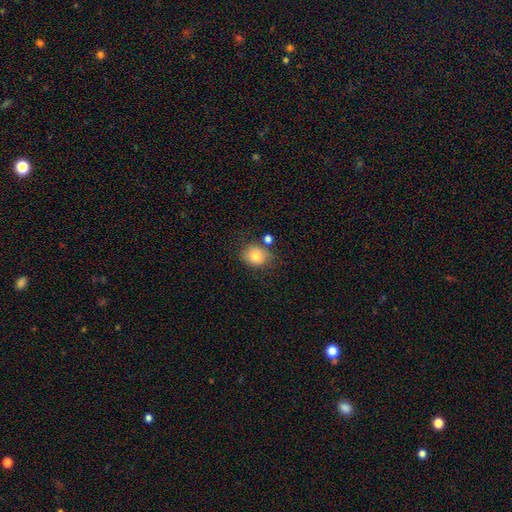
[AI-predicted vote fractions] Overall: smooth (80%). How rounded: round (56%; in between 43%). Merging: none (68%).